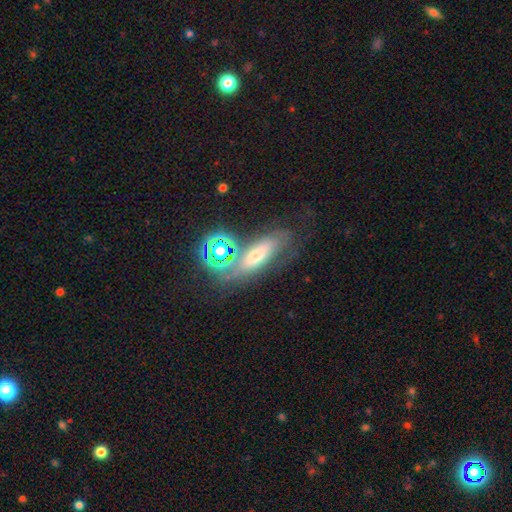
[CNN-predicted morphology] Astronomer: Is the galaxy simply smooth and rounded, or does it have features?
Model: smooth — 45% (runner-up: featured or disk, 29%).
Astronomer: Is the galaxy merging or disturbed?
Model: none — 54%.